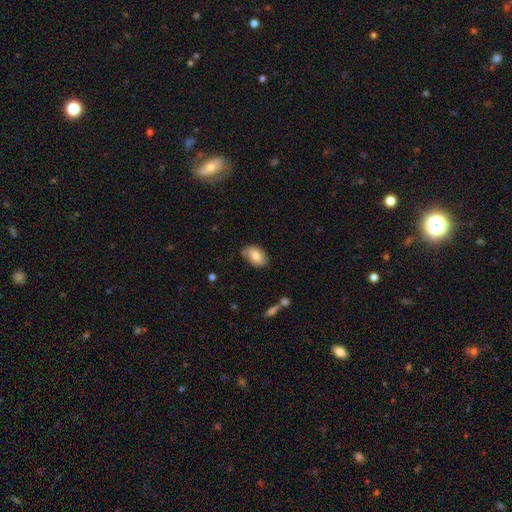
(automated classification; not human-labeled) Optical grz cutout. It shows a smooth galaxy with no disk features (83%) that is in between round and cigar-shaped (92%). Merging: none (76%).